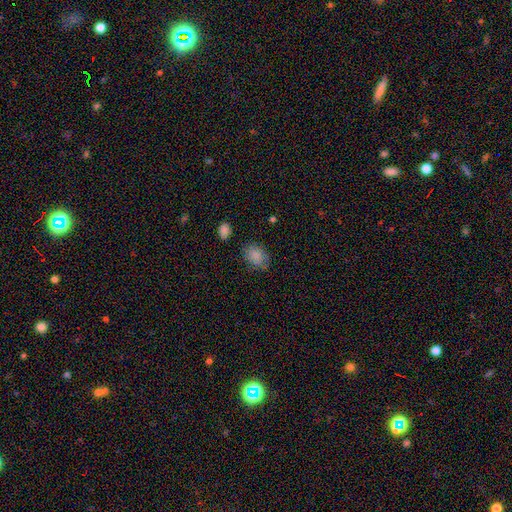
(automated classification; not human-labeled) smooth 85%, star or artifact 9%, featured or disk 6%. Down the decision tree: how rounded — in between (68%); merging — none (75%).